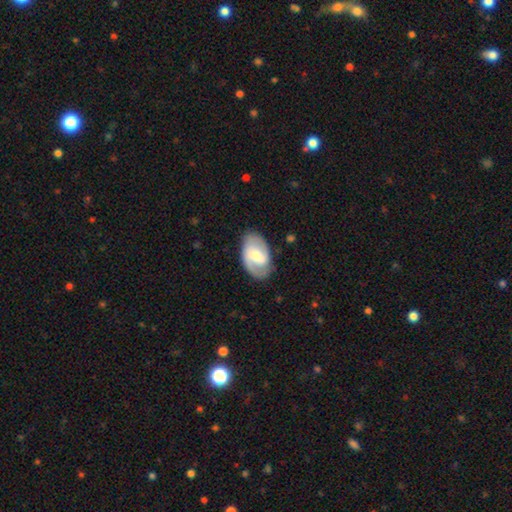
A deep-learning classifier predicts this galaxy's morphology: Smooth or featured? Predicted: featured or disk (p=0.67). Edge-on disk? Predicted: no (p=0.96). Bar? Predicted: weak (p=0.50). Spiral arms? Predicted: yes (p=0.87). Spiral winding? Predicted: medium (p=0.47). Spiral arm count? Predicted: 2 (p=0.81). Bulge size? Predicted: moderate (p=0.48). Merging? Predicted: none (p=0.79).